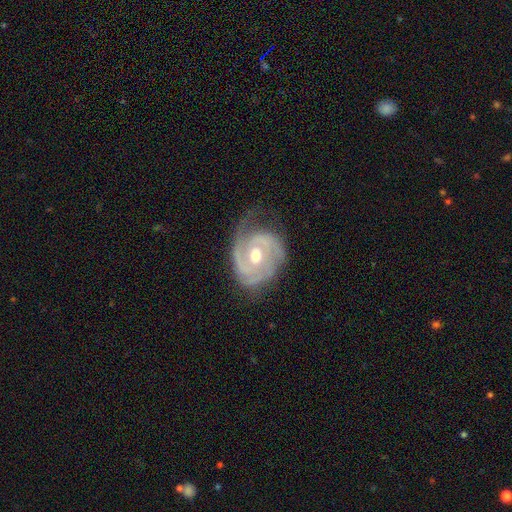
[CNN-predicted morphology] Q: Smooth or featured?
A: featured or disk (89%); runner-up: smooth (6%)
Q: Edge-on disk?
A: no (97%); runner-up: yes (3%)
Q: Bar?
A: no (56%); runner-up: weak (35%)
Q: Spiral arms?
A: yes (97%); runner-up: no (3%)
Q: Spiral winding?
A: tight (61%); runner-up: medium (31%)
Q: Spiral arm count?
A: 2 (49%); runner-up: 3 (19%)
Q: Bulge size?
A: moderate (75%); runner-up: small (17%)
Q: Merging?
A: none (60%); runner-up: minor disturbance (25%)